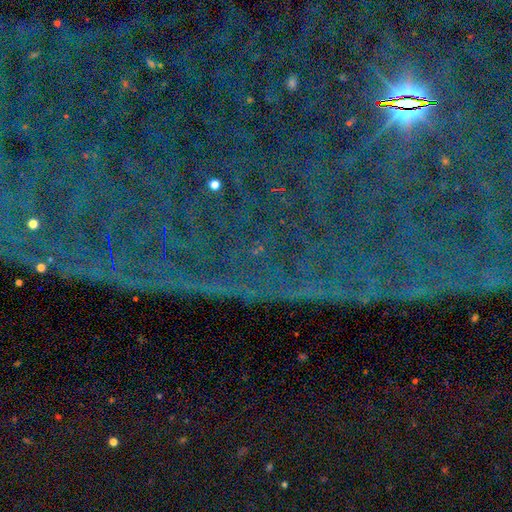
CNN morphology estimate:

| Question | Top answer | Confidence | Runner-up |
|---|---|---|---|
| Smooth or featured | star or artifact | 88% | featured or disk (6%) |